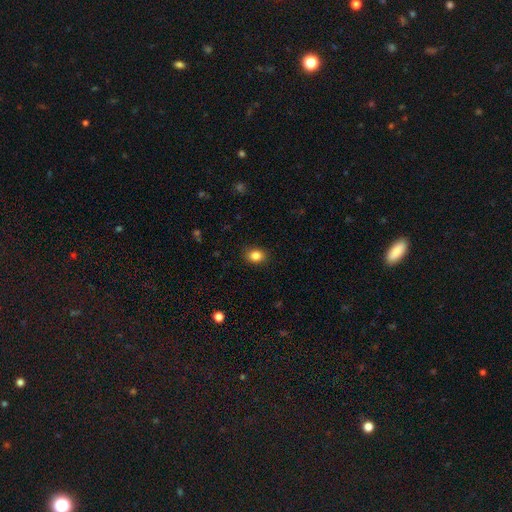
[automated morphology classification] A smooth galaxy with no disk features (86%) that is in between round and cigar-shaped (61%).

Vote fractions:
- Smooth or featured? smooth: 86% / star or artifact: 9% / featured or disk: 5%
- How rounded? in between: 61% / round: 38% / cigar-shaped: 1%
- Merging? none: 87% / minor disturbance: 10% / major disturbance: 2% / merger: 1%